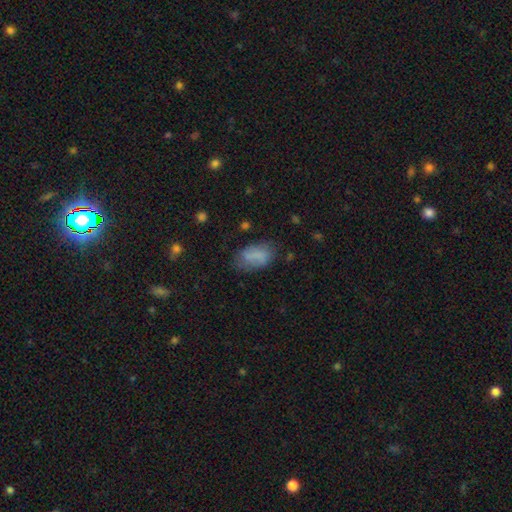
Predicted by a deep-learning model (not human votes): Smooth or featured? Predicted: smooth (p=0.75). How rounded? Predicted: in between (p=0.91). Merging? Predicted: none (p=0.64).